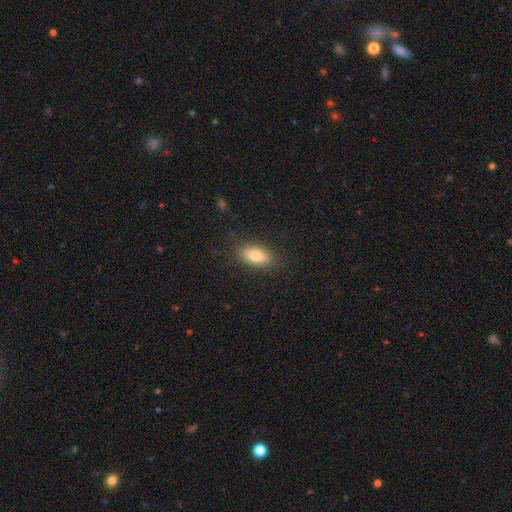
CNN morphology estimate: This is likely a smooth galaxy (77%). How rounded: clearly in between (85%). Merging: clearly none (85%).